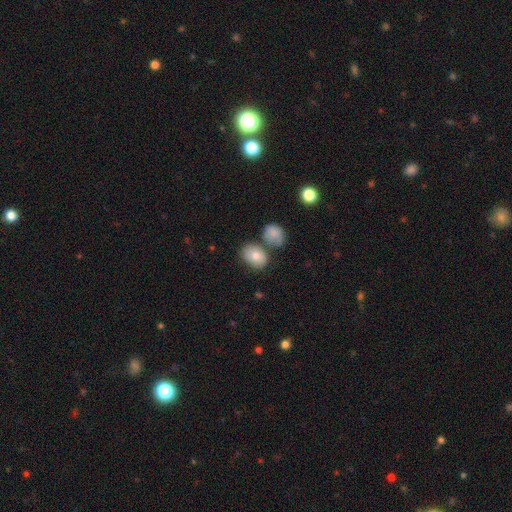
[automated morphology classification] A smooth galaxy with no disk features (78%) that is in between round and cigar-shaped (69%).

Vote fractions:
- Smooth or featured? smooth: 78% / featured or disk: 14% / star or artifact: 8%
- How rounded? in between: 69% / round: 30% / cigar-shaped: 1%
- Merging? none: 57% / merger: 23% / minor disturbance: 15% / major disturbance: 4%